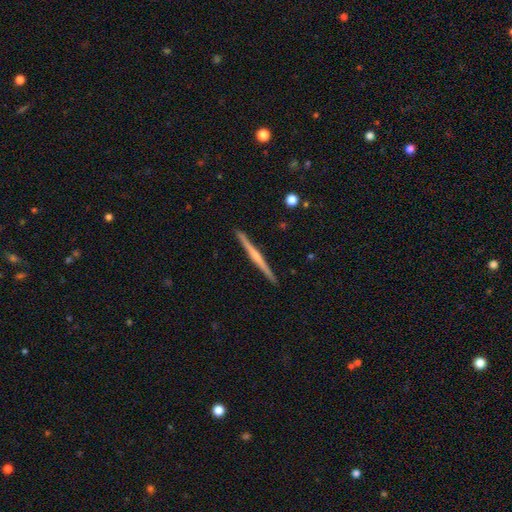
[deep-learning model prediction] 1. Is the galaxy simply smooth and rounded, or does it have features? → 70% featured or disk, 25% smooth, 5% star or artifact.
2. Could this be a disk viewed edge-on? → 98% yes, 2% no.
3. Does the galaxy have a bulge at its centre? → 49% rounded, 40% none, 11% boxy.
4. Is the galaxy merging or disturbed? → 92% none, 5% minor disturbance, 1% major disturbance, 1% merger.